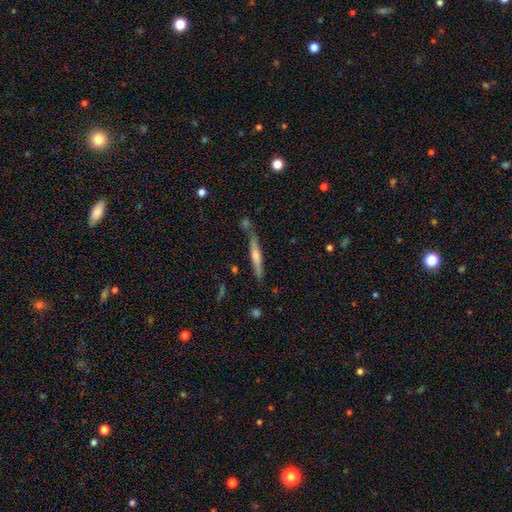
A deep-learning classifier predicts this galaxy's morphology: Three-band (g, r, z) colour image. It shows a featured or disk galaxy (57%) viewed edge-on (95%) with a rounded central bulge (64%). Merging: none (77%).